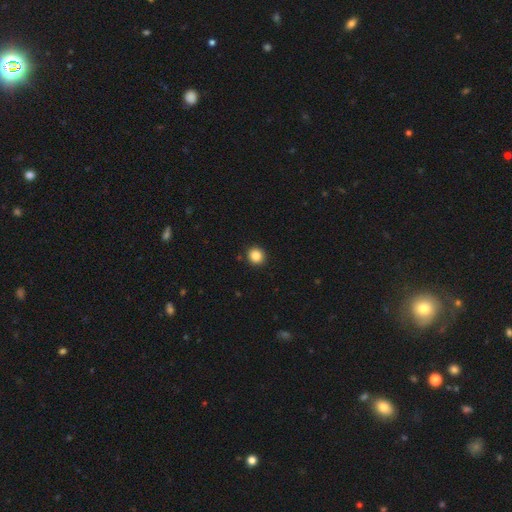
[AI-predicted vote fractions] This is clearly a smooth galaxy (85%). How rounded: clearly round (91%). Merging: clearly none (92%).